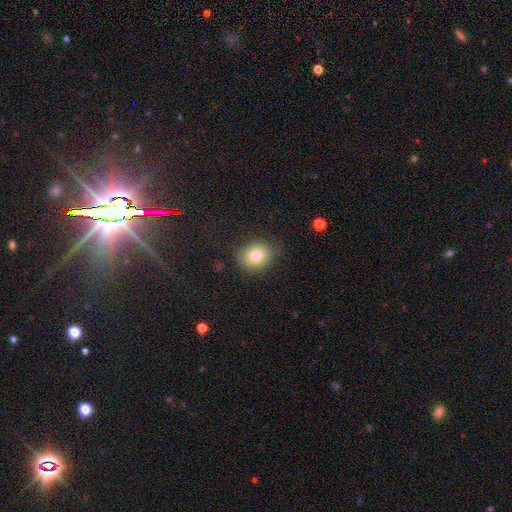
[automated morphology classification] Q: Smooth or featured?
A: smooth (81%); runner-up: star or artifact (10%)
Q: How rounded?
A: round (61%); runner-up: in between (38%)
Q: Merging?
A: none (79%); runner-up: minor disturbance (15%)